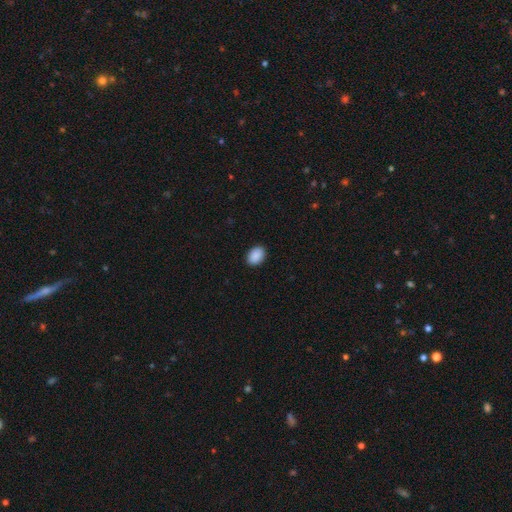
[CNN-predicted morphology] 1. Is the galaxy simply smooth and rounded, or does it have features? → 90% smooth, 7% star or artifact, 2% featured or disk.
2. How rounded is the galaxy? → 76% in between, 23% round, 1% cigar-shaped.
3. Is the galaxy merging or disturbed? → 90% none, 7% minor disturbance, 2% major disturbance, 1% merger.